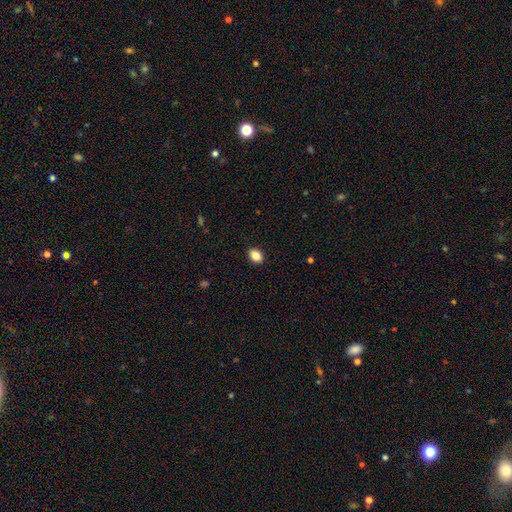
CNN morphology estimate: Overall: smooth (86%). How rounded: in between (73%). Merging: none (90%).